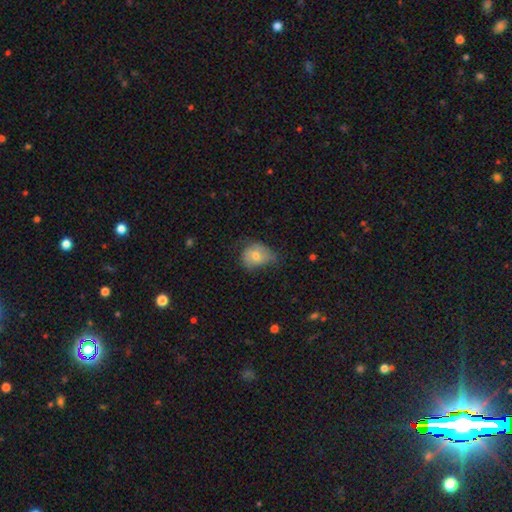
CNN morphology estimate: A smooth galaxy with no disk features (64%) that is round (50%). Merging: none (42%).